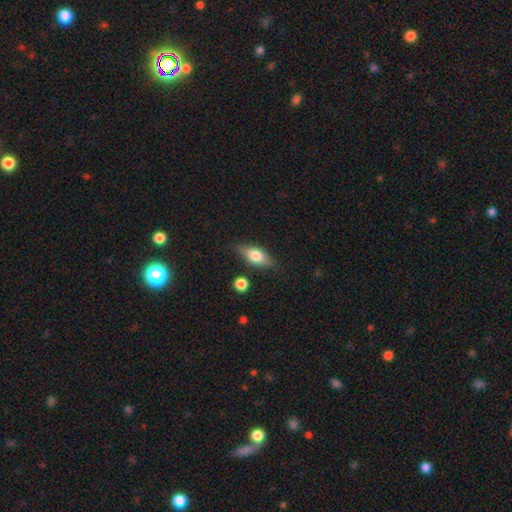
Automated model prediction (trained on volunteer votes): Smooth or featured: smooth — 55% (featured or disk — 37%)
How rounded: in between — 73% (cigar-shaped — 20%)
Merging: none — 79% (minor disturbance — 15%)